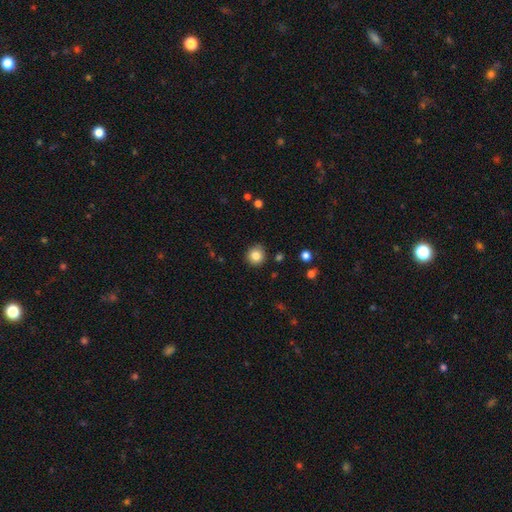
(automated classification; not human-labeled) Smooth or featured: smooth — 83% (star or artifact — 10%)
How rounded: round — 91% (in between — 8%)
Merging: none — 88% (minor disturbance — 9%)